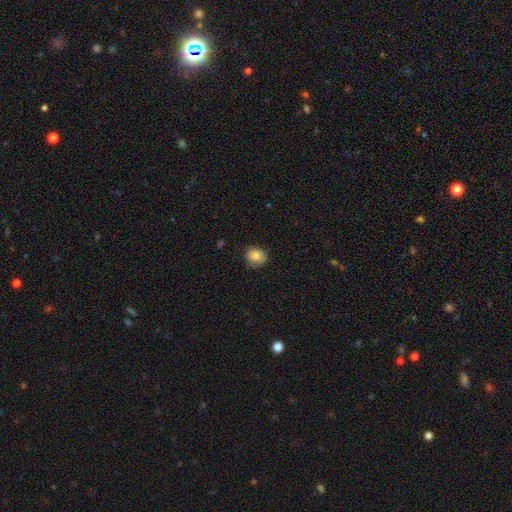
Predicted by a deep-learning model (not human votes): smooth_or_featured: smooth (p=0.84) [alt: star or artifact p=0.09]
how_rounded: round (p=0.74) [alt: in between p=0.25]
merging: none (p=0.82) [alt: minor disturbance p=0.14]